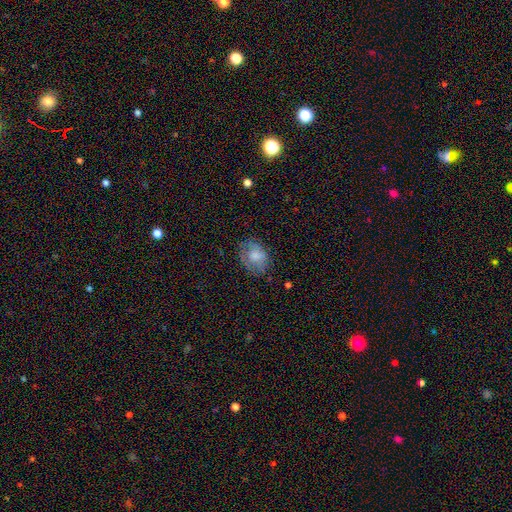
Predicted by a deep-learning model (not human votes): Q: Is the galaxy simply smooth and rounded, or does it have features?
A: smooth — 68%.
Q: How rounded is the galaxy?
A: in between — 60%.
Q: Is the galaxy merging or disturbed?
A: none — 62%.